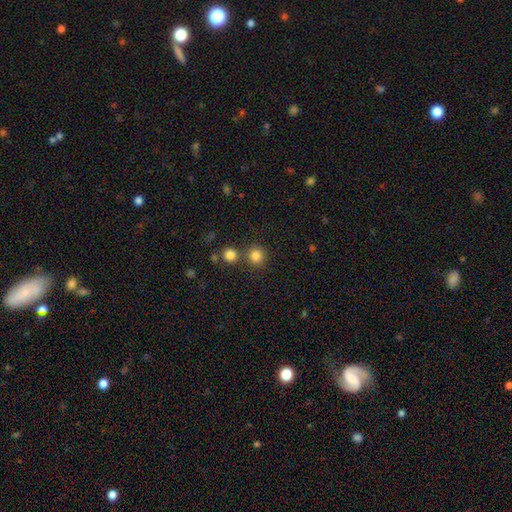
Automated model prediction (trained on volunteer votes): smooth-or-featured: smooth: 83% | star or artifact: 12% | featured or disk: 5%
  how-rounded: round: 92% | in between: 7% | cigar-shaped: 1%
  merging: none: 75% | merger: 15% | minor disturbance: 7% | major disturbance: 3%